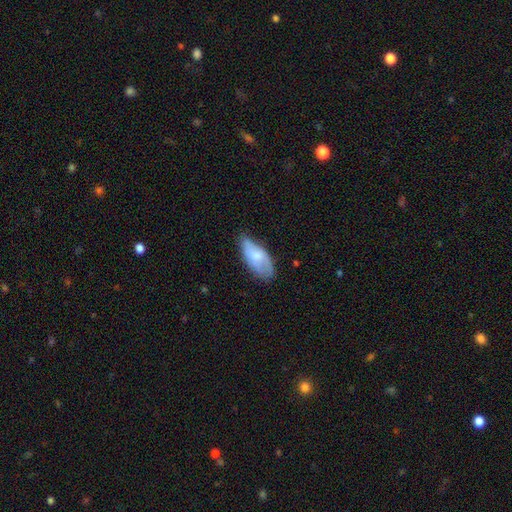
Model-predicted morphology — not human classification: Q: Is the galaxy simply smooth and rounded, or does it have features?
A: smooth — 65%.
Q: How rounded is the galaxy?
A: in between — 90%.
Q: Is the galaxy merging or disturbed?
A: none — 54%.